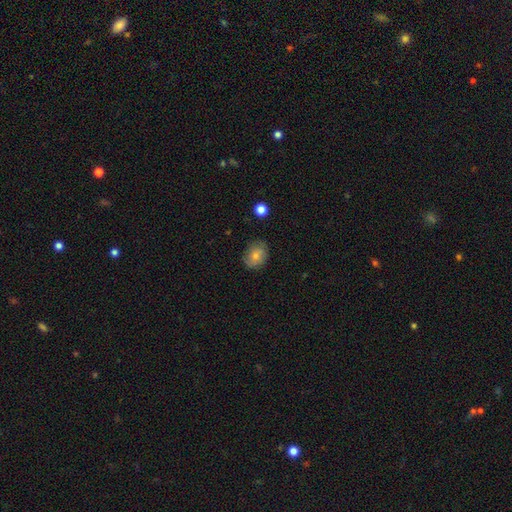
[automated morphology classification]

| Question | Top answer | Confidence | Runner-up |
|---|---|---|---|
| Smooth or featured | smooth | 65% | featured or disk (24%) |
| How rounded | in between | 51% | round (48%) |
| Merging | none | 78% | minor disturbance (17%) |